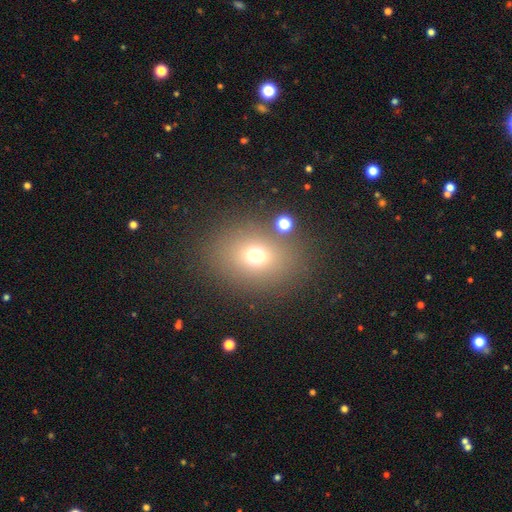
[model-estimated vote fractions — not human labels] A smooth galaxy with no disk features (69%) that is round (52%). Merging: none (77%).